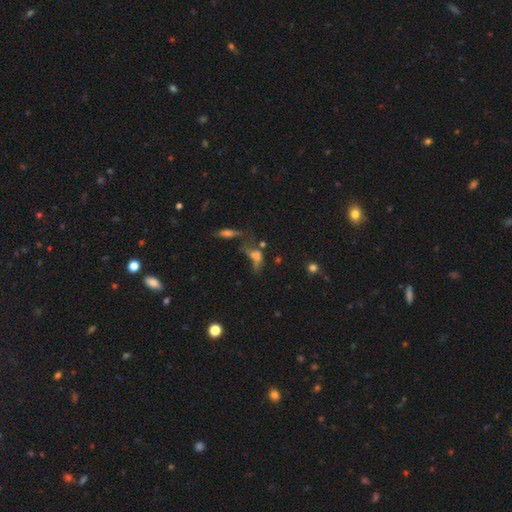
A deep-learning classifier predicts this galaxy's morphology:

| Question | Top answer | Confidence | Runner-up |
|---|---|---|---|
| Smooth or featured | smooth | 49% | featured or disk (29%) |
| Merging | major disturbance | 35% | merger (28%) |